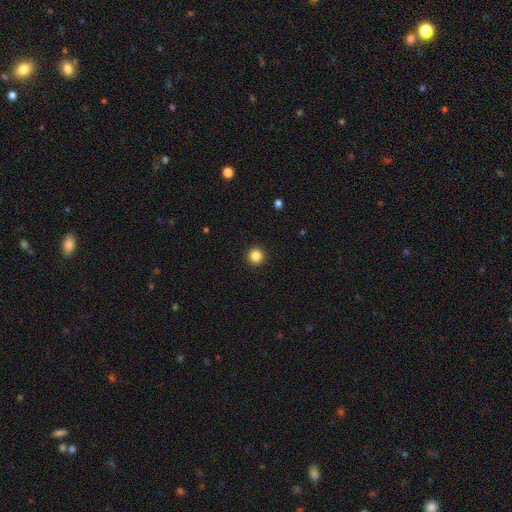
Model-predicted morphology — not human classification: smooth-or-featured: smooth: 85% | star or artifact: 11% | featured or disk: 4%
  how-rounded: round: 96% | in between: 3% | cigar-shaped: 1%
  merging: none: 94% | minor disturbance: 4% | major disturbance: 2% | merger: 1%